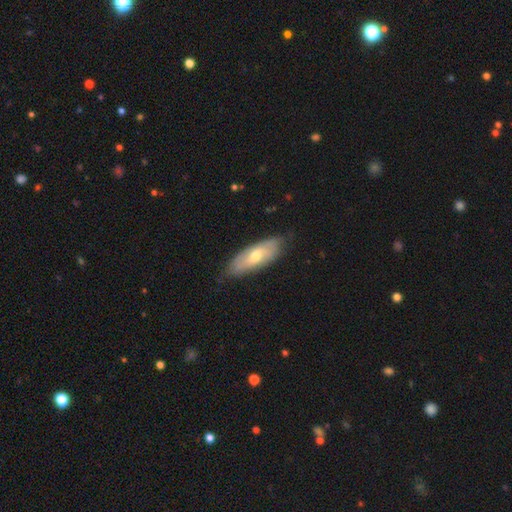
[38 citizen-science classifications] Smooth or featured?
  - smooth: 47% * (tied)
  - featured or disk: 47% * (tied)
  - star or artifact: 5%
How rounded?
  - in between: 78% *
  - cigar-shaped: 17%
  - round: 6%
Merging?
  - none: 89% *
  - minor disturbance: 8%
  - major disturbance: 3%
  - merger: 0%